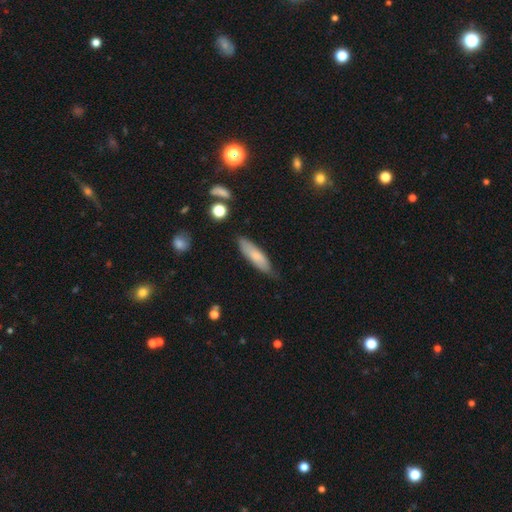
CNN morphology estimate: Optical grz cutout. It shows a smooth galaxy with no disk features (74%) that is cigar-shaped (64%). Merging: none (76%).